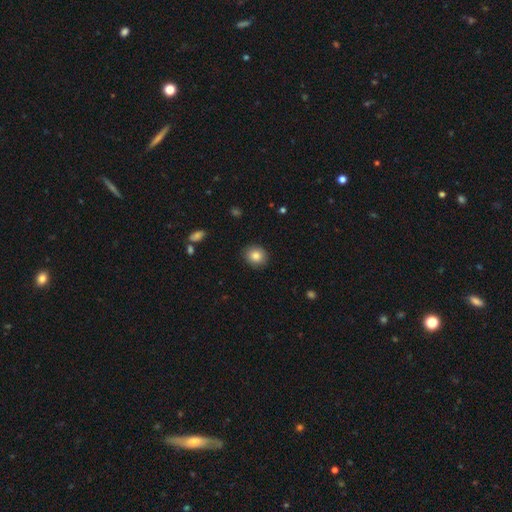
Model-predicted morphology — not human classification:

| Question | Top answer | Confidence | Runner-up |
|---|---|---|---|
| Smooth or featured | smooth | 85% | star or artifact (9%) |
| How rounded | round | 71% | in between (28%) |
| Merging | none | 89% | minor disturbance (8%) |